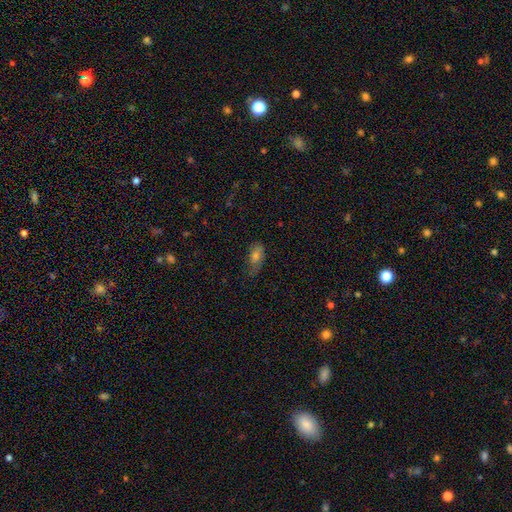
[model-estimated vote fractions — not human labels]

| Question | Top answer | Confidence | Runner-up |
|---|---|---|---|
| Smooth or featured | smooth | 65% | featured or disk (23%) |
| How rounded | in between | 86% | round (7%) |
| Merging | none | 59% | minor disturbance (29%) |